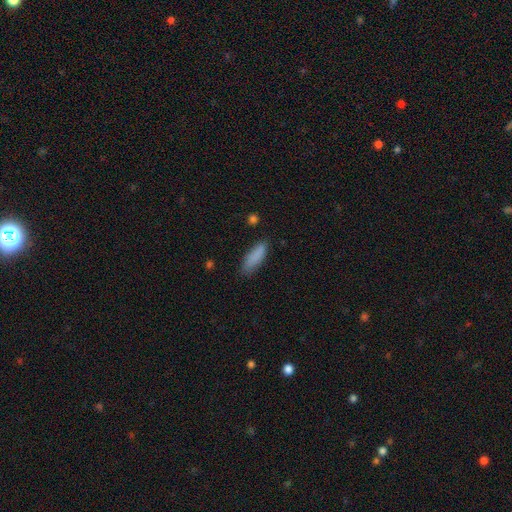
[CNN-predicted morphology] smooth-or-featured: smooth: 87% | star or artifact: 7% | featured or disk: 6%
  how-rounded: in between: 52% | cigar-shaped: 47% | round: 2%
  merging: none: 78% | minor disturbance: 17% | major disturbance: 4% | merger: 2%